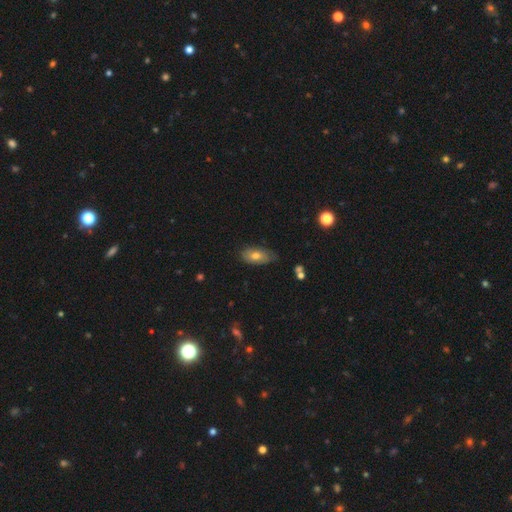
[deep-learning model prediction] The model was most divided on "merging": none: 62%, minor disturbance: 31%, major disturbance: 6%, merger: 2%. More confident: how rounded — in between (90%); smooth or featured — smooth (67%).